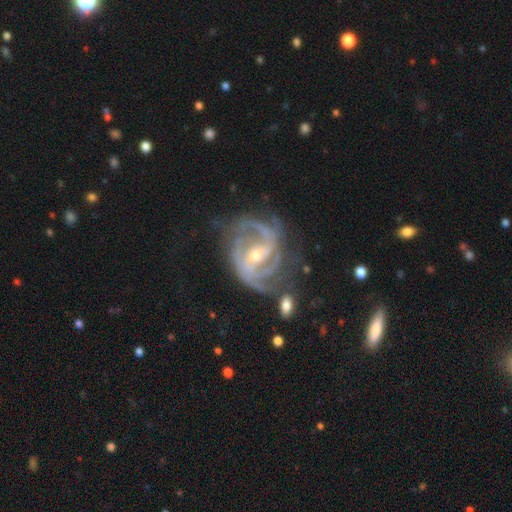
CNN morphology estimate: This is clearly a featured or disk galaxy (92%). It is clearly not viewed edge-on (97%). Bar: marginally weak (42%). Spiral arm pattern: clearly yes (98%). Spiral arm count: marginally 2 (39%). Spiral winding: possibly tight (46%). Central bulge: possibly small (55%). Merging: possibly none (60%).